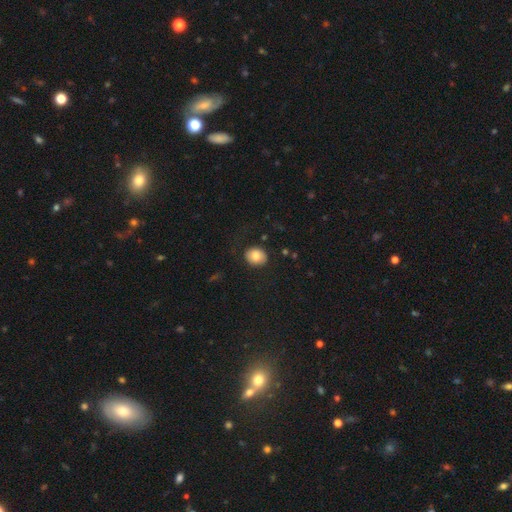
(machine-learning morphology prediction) This appears to be a smooth galaxy with no disk features (80%) that is round (60%). Merging: none (81%).